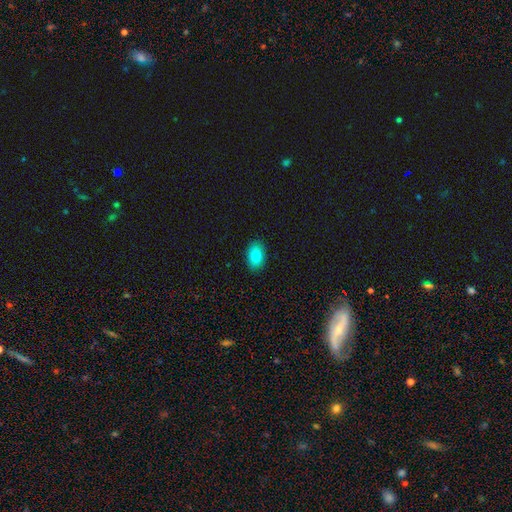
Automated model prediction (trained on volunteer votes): Overall: smooth (85%). How rounded: in between (90%). Merging: none (89%).